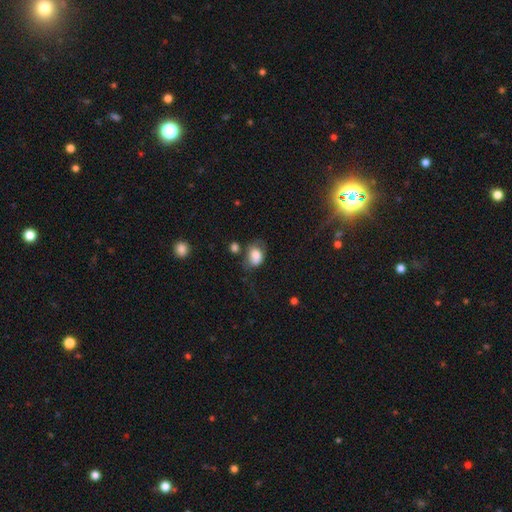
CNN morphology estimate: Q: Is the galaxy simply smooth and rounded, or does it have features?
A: smooth — 76%.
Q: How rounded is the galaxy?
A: in between — 73%.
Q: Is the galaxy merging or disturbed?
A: none — 39%.